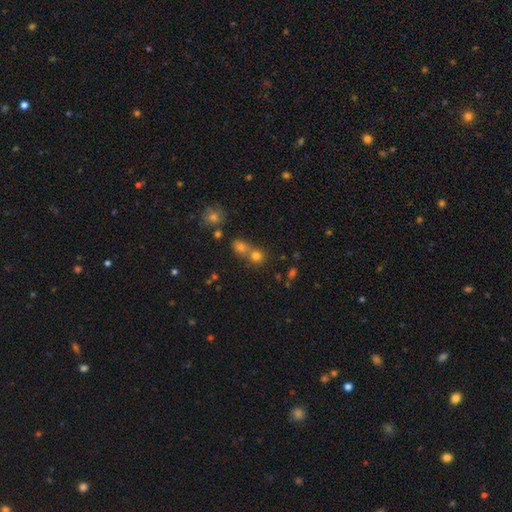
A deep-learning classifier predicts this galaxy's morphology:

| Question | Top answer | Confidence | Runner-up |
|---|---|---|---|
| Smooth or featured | smooth | 73% | star or artifact (18%) |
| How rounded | round | 83% | in between (15%) |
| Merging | merger | 47% | none (45%) |